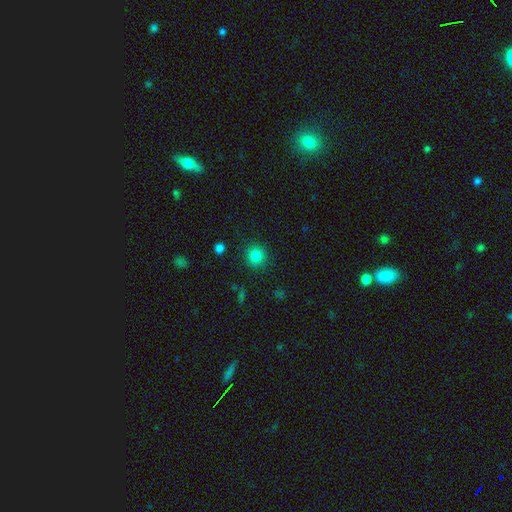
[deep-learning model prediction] Smooth or featured? smooth (83%)
How rounded? round (92%)
Merging? none (90%)